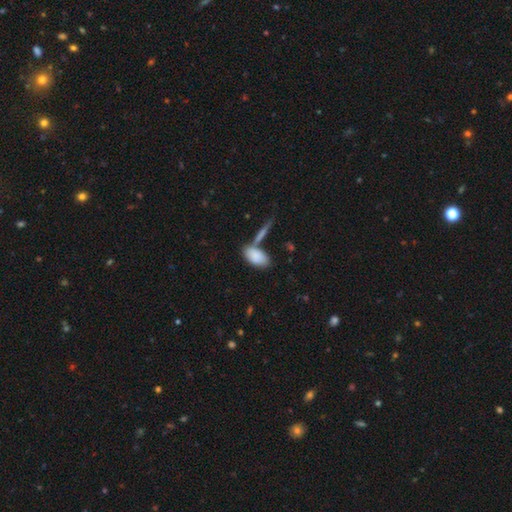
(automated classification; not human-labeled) smooth-or-featured: smooth: 85% | featured or disk: 9% | star or artifact: 6%
  how-rounded: in between: 91% | cigar-shaped: 6% | round: 3%
  merging: none: 55% | merger: 26% | minor disturbance: 14% | major disturbance: 5%